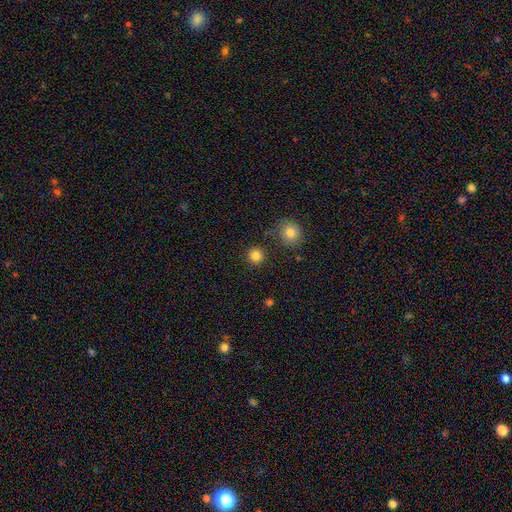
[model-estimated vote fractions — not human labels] This appears to be a smooth galaxy with no disk features (83%) that is round (94%). Merging: none (89%).